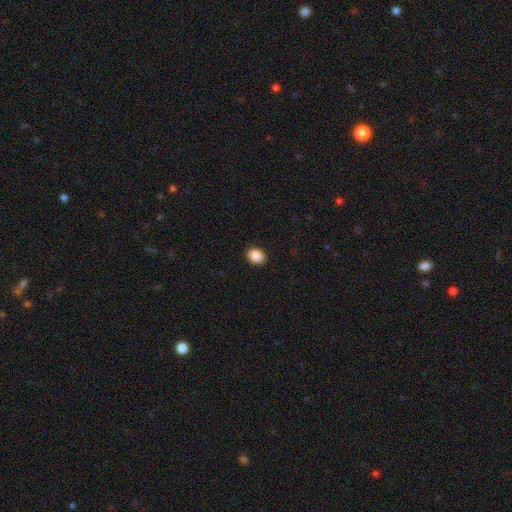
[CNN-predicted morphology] type=smooth (89%); roundness=round (50%); merging=none (90%).